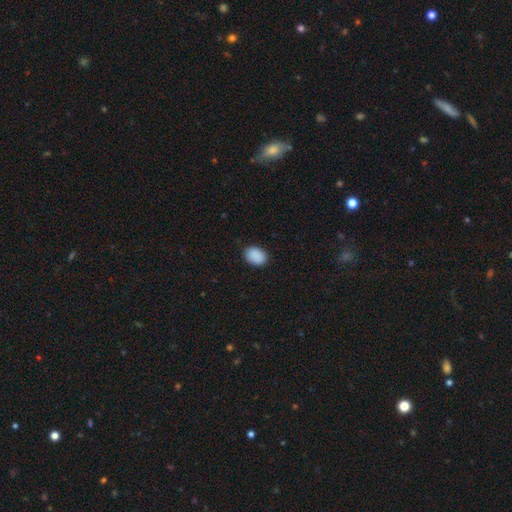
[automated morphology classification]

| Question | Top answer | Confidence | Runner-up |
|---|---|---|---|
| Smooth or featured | smooth | 90% | star or artifact (7%) |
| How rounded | in between | 78% | round (21%) |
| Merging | none | 87% | minor disturbance (10%) |